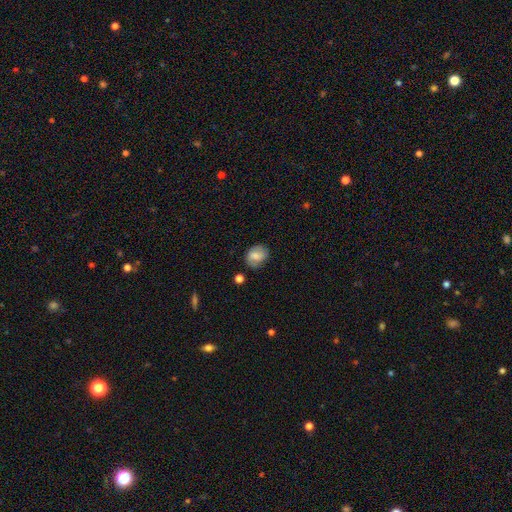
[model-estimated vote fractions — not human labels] The model was most divided on "how rounded": in between: 54%, round: 45%, cigar-shaped: 1%. More confident: merging — none (68%); smooth or featured — smooth (67%).